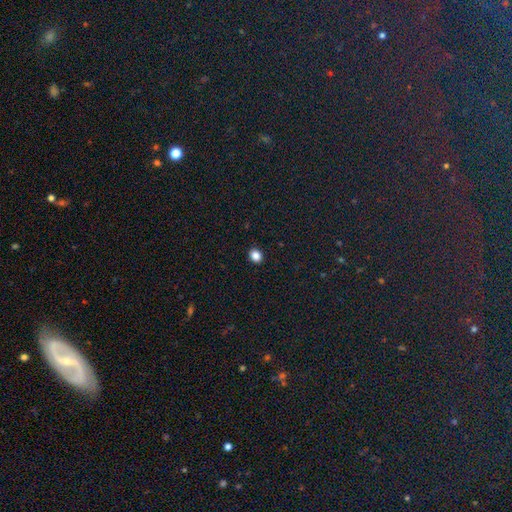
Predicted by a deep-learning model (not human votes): Q: Smooth or featured?
A: smooth (86%); runner-up: star or artifact (11%)
Q: How rounded?
A: round (62%); runner-up: in between (37%)
Q: Merging?
A: none (91%); runner-up: minor disturbance (6%)